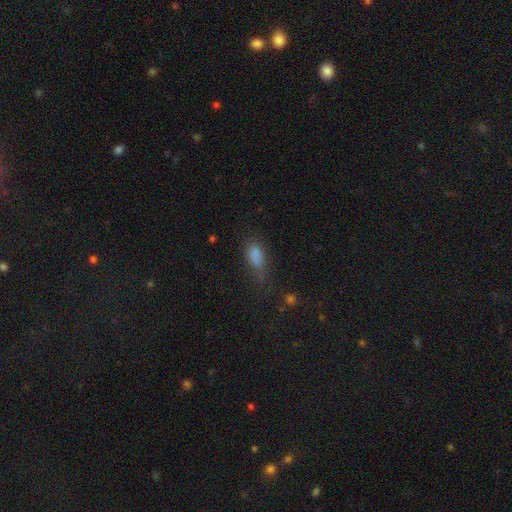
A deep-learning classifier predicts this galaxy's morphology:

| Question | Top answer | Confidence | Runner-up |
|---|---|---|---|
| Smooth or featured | smooth | 79% | star or artifact (12%) |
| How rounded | in between | 82% | cigar-shaped (13%) |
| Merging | none | 44% | minor disturbance (32%) |